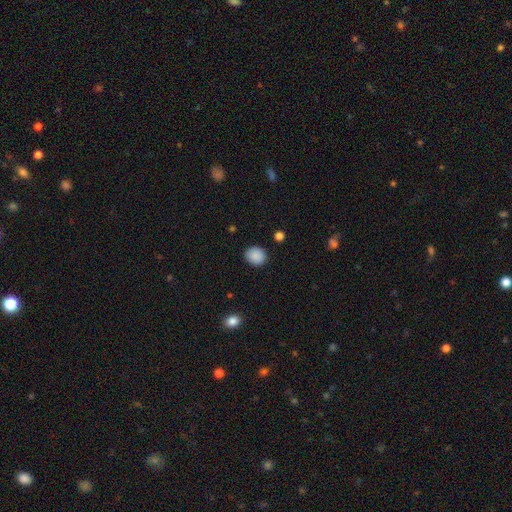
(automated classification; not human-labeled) A smooth galaxy with no disk features (88%) that is round (75%).

Vote fractions:
- Smooth or featured? smooth: 88% / star or artifact: 8% / featured or disk: 3%
- How rounded? round: 75% / in between: 24% / cigar-shaped: 1%
- Merging? none: 88% / minor disturbance: 8% / major disturbance: 2% / merger: 1%